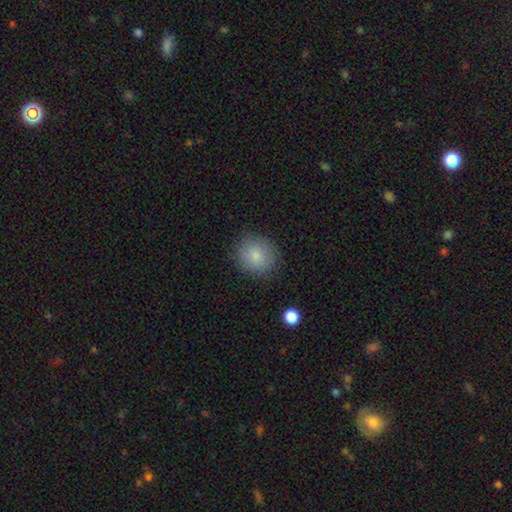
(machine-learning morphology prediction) Q: Smooth or featured?
A: smooth (84%); runner-up: star or artifact (8%)
Q: How rounded?
A: round (82%); runner-up: in between (17%)
Q: Merging?
A: none (85%); runner-up: minor disturbance (11%)